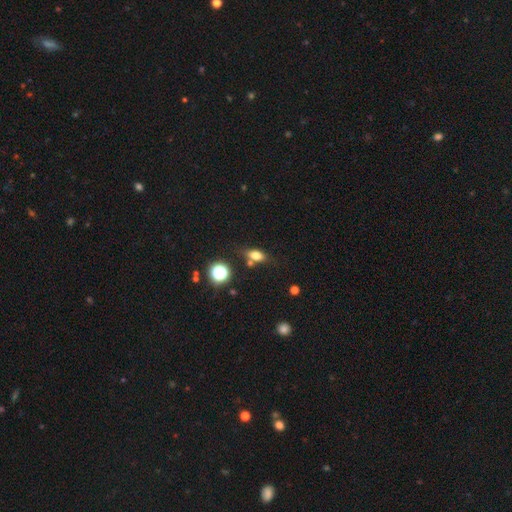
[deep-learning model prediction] smooth_or_featured: smooth (p=0.74) [alt: star or artifact p=0.13]
how_rounded: in between (p=0.74) [alt: round p=0.16]
merging: none (p=0.66) [alt: minor disturbance p=0.16]